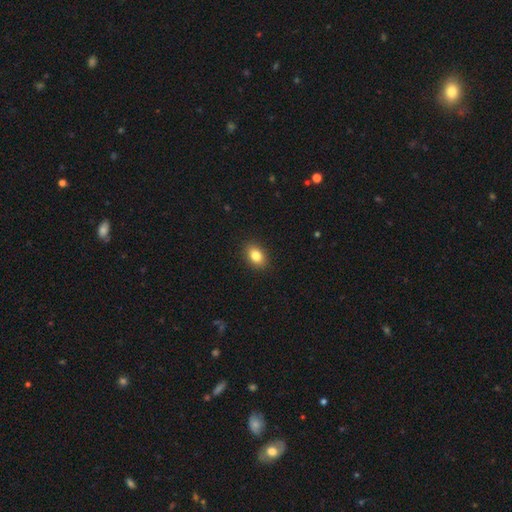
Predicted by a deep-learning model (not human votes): Q: Smooth or featured?
A: smooth (83%); runner-up: star or artifact (9%)
Q: How rounded?
A: in between (80%); runner-up: round (18%)
Q: Merging?
A: none (90%); runner-up: minor disturbance (7%)